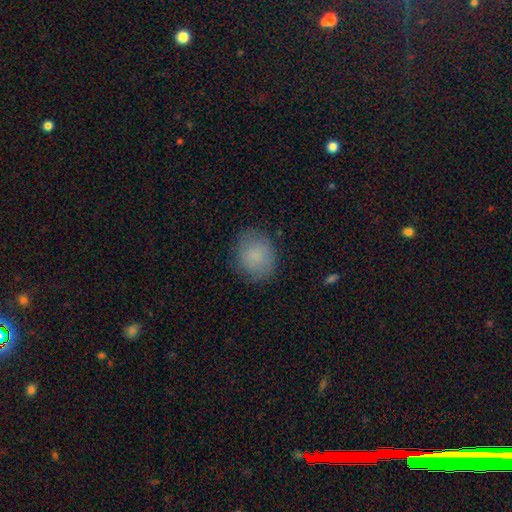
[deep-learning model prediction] This appears to be a smooth galaxy with no disk features (85%) that is round (71%). Merging: none (80%).